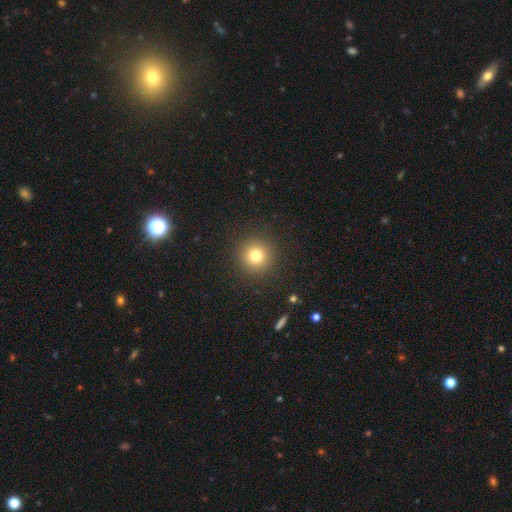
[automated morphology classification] Smooth or featured: smooth — 78% (star or artifact — 14%)
How rounded: round — 95% (in between — 4%)
Merging: none — 91% (minor disturbance — 5%)